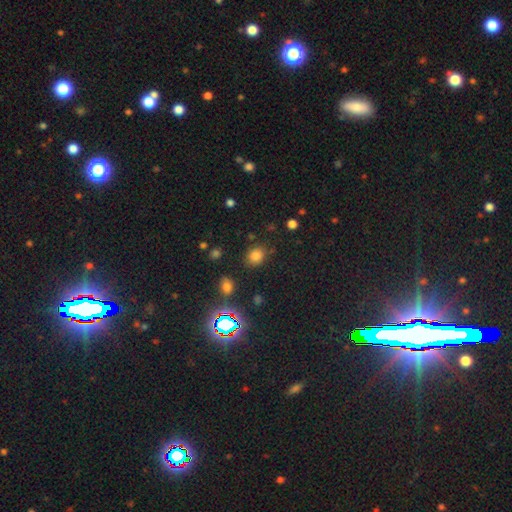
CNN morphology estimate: Smooth or featured?
  - smooth: 74% *
  - star or artifact: 19%
  - featured or disk: 6%
How rounded?
  - round: 62% *
  - in between: 37%
  - cigar-shaped: 1%
Merging?
  - none: 82% *
  - minor disturbance: 12%
  - major disturbance: 4%
  - merger: 3%